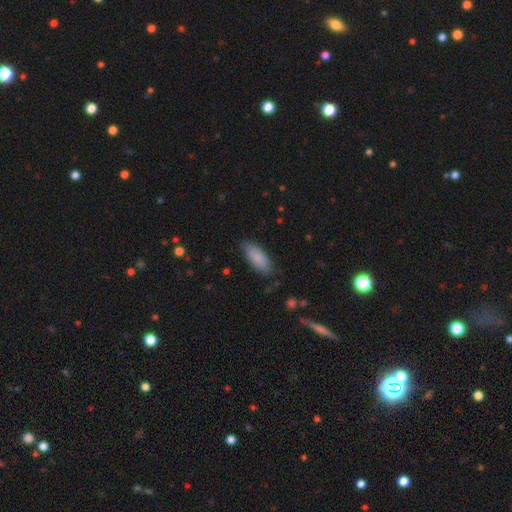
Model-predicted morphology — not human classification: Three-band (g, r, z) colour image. It shows a smooth galaxy with no disk features (87%) that is in between round and cigar-shaped (80%). Merging: none (82%).